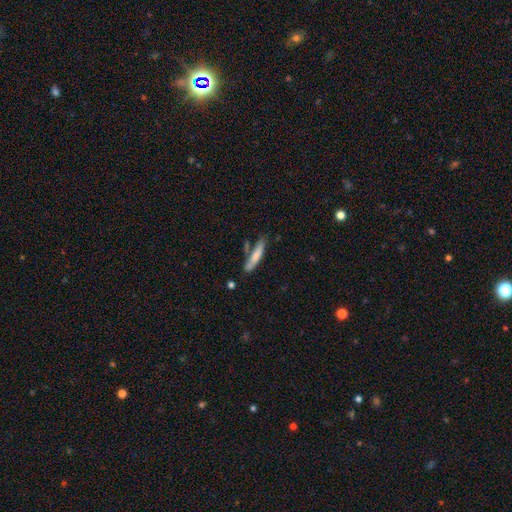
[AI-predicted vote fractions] Smooth or featured? smooth (73%)
How rounded? cigar-shaped (83%)
Merging? none (61%)